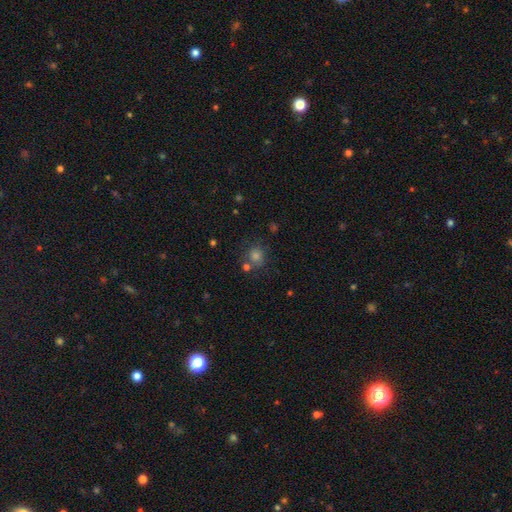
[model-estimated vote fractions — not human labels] Smooth or featured?
  - smooth: 69% *
  - star or artifact: 23%
  - featured or disk: 8%
How rounded?
  - round: 83% *
  - in between: 16%
  - cigar-shaped: 1%
Merging?
  - none: 71% *
  - merger: 13%
  - minor disturbance: 11%
  - major disturbance: 5%